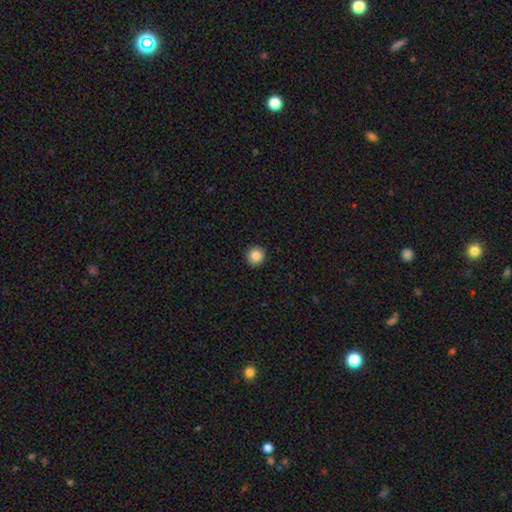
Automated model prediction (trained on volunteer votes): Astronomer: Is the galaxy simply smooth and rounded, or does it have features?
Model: smooth — 86%.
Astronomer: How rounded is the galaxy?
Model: round — 93%.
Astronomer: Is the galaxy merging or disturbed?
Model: none — 92%.